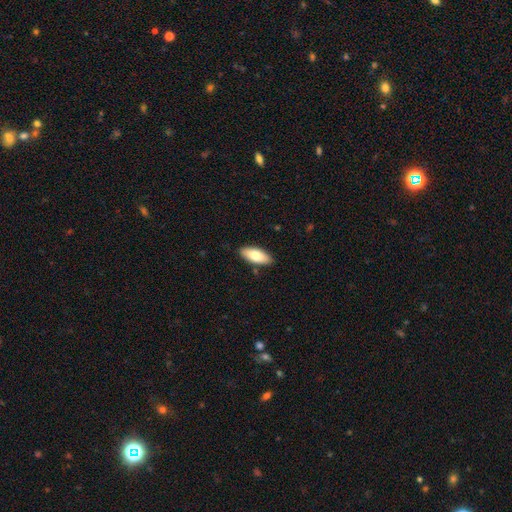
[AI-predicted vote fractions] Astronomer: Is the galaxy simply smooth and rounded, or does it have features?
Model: smooth — 76%.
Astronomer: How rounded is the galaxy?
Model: in between — 82%.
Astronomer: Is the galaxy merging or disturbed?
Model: none — 88%.